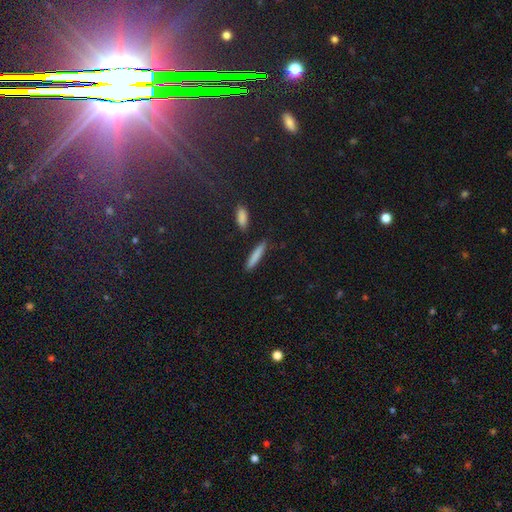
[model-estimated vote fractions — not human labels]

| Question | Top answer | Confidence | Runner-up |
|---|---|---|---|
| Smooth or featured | smooth | 81% | featured or disk (12%) |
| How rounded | cigar-shaped | 91% | in between (8%) |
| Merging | none | 88% | minor disturbance (7%) |